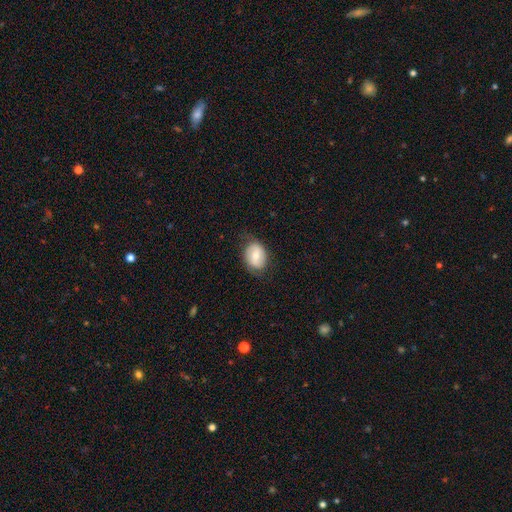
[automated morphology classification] The model was most divided on "smooth or featured": smooth: 59%, featured or disk: 34%, star or artifact: 7%. More confident: merging — none (71%); how rounded — in between (64%).